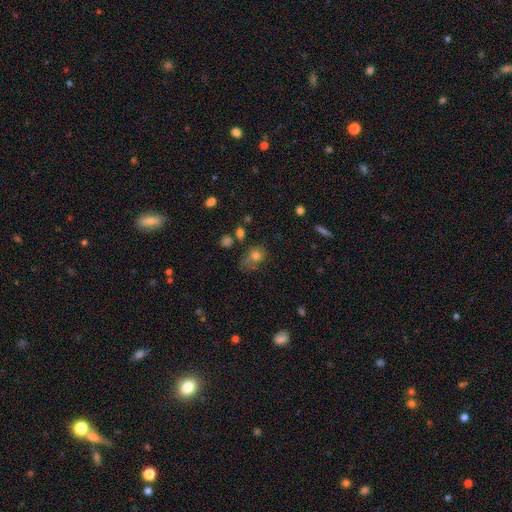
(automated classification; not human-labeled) smooth 71%, featured or disk 15%, star or artifact 14%. Down the decision tree: how rounded — round (58%); merging — none (47%).